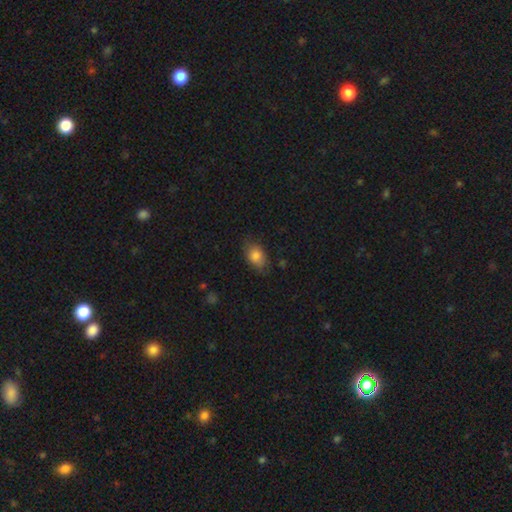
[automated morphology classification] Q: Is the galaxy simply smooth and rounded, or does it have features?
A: smooth — 83%.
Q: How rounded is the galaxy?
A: in between — 81%.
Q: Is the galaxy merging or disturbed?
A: none — 72%.